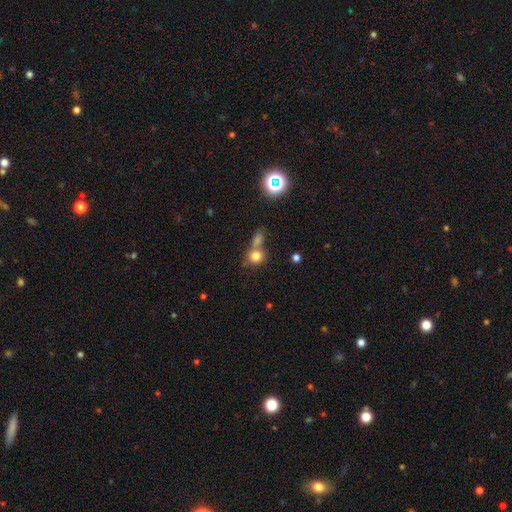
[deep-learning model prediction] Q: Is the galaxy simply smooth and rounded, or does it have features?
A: smooth — 77%.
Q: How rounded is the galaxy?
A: round — 81%.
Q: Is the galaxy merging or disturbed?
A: none — 47%.